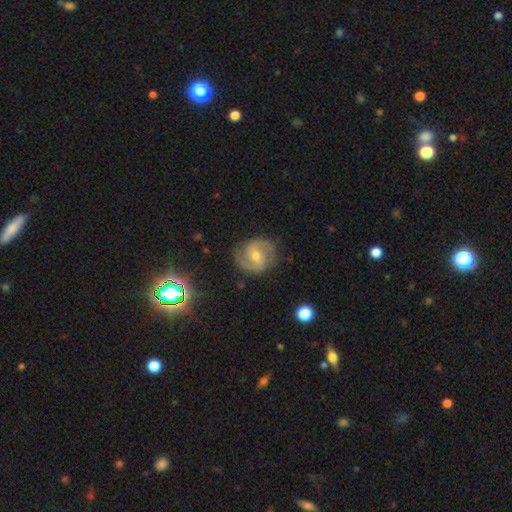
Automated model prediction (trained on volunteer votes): Overall: featured or disk (81%). Edge-on disk: no (98%). Bar: weak (50%; no 33%). Spiral arms: yes (95%). Spiral arm count: 2 (90%). Spiral winding: medium (55%; tight 30%). Bulge size: moderate (58%; small 36%). Merging: none (81%).